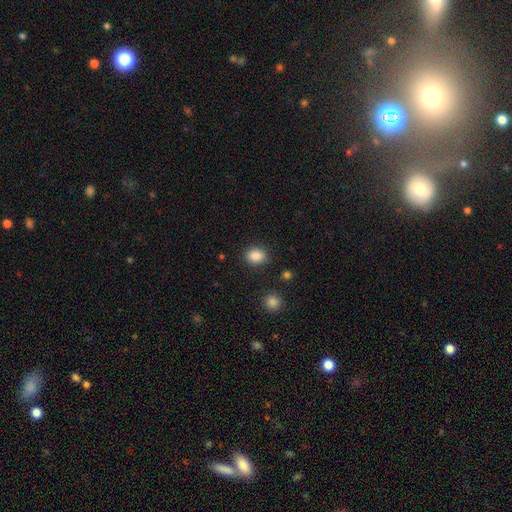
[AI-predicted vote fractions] Smooth or featured: smooth — 87% (star or artifact — 9%)
How rounded: in between — 59% (round — 40%)
Merging: none — 86% (minor disturbance — 9%)